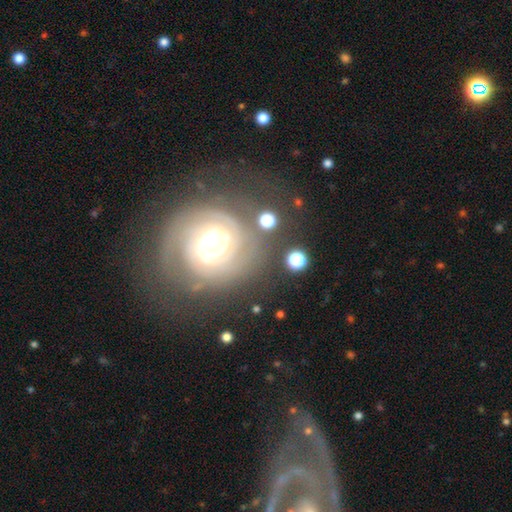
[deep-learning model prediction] smooth_or_featured: featured or disk (p=0.73) [alt: smooth p=0.18]
disk_edge_on: no (p=0.97) [alt: yes p=0.03]
bar: no (p=0.75) [alt: weak p=0.19]
has_spiral_arms: yes (p=0.86) [alt: no p=0.14]
spiral_winding: tight (p=0.66) [alt: medium p=0.24]
spiral_arm_count: can't tell (p=0.38) [alt: 2 p=0.31]
bulge_size: small (p=0.47) [alt: moderate p=0.35]
merging: none (p=0.64) [alt: minor disturbance p=0.16]